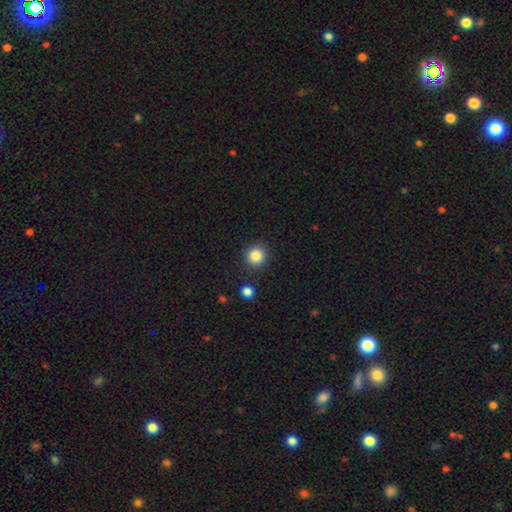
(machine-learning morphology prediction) Smooth or featured?
  - smooth: 85% *
  - star or artifact: 11%
  - featured or disk: 4%
How rounded?
  - round: 93% *
  - in between: 6%
  - cigar-shaped: 1%
Merging?
  - none: 89% *
  - minor disturbance: 6%
  - merger: 3%
  - major disturbance: 2%